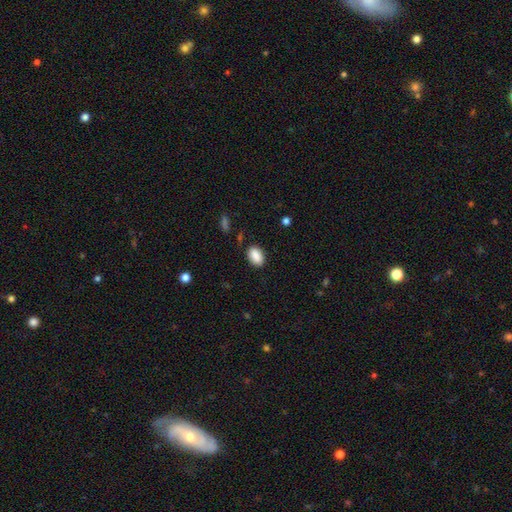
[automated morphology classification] type=smooth (89%); roundness=in between (88%); merging=none (85%).